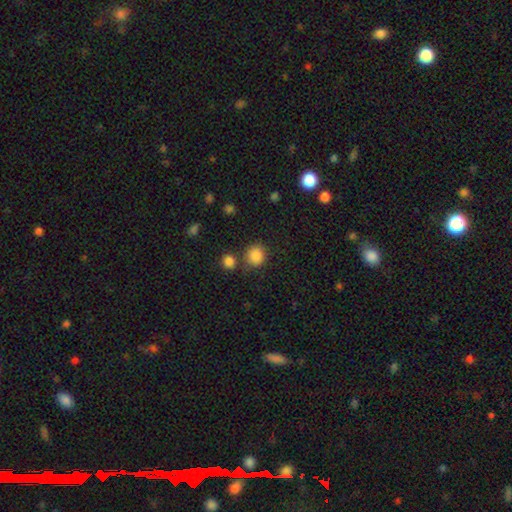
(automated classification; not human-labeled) Q: Smooth or featured?
A: smooth (86%); runner-up: star or artifact (10%)
Q: How rounded?
A: round (76%); runner-up: in between (23%)
Q: Merging?
A: none (73%); runner-up: minor disturbance (12%)